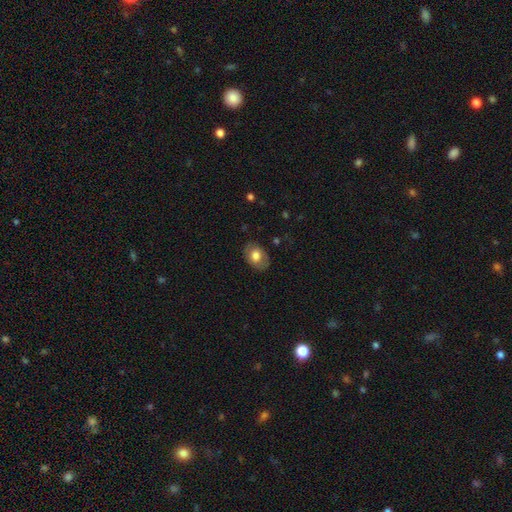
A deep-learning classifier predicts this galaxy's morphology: type=smooth (70%); roundness=in between (76%); merging=none (82%).